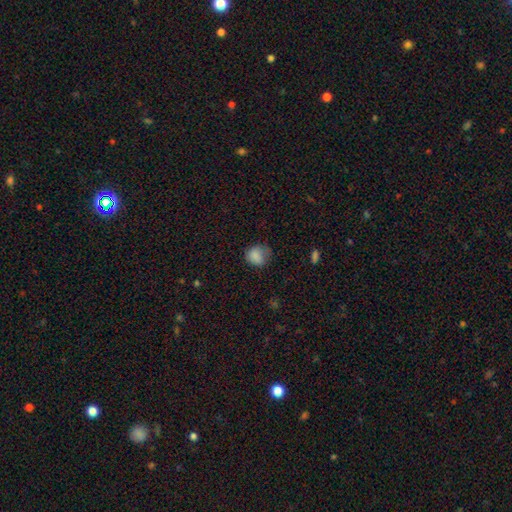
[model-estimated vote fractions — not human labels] smooth 84%, star or artifact 10%, featured or disk 7%. Down the decision tree: how rounded — round (63%); merging — none (53%).